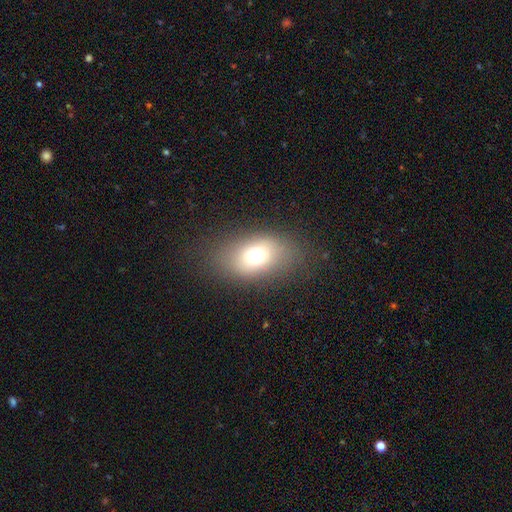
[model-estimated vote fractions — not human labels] Smooth or featured? Predicted: smooth (p=0.72). How rounded? Predicted: in between (p=0.81). Merging? Predicted: none (p=0.79).